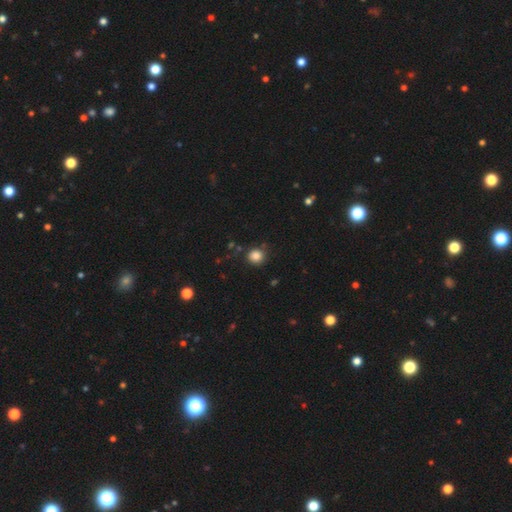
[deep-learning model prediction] smooth 84%, star or artifact 12%, featured or disk 4%. Down the decision tree: how rounded — round (89%); merging — none (83%).